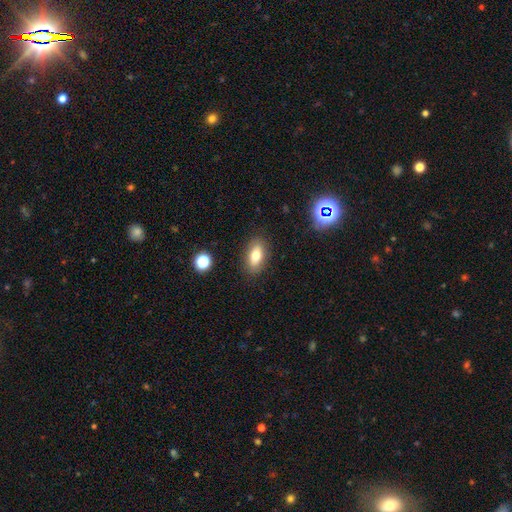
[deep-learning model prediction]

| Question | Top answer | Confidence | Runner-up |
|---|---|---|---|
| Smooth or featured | smooth | 74% | featured or disk (17%) |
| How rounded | in between | 87% | cigar-shaped (8%) |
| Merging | none | 86% | minor disturbance (10%) |